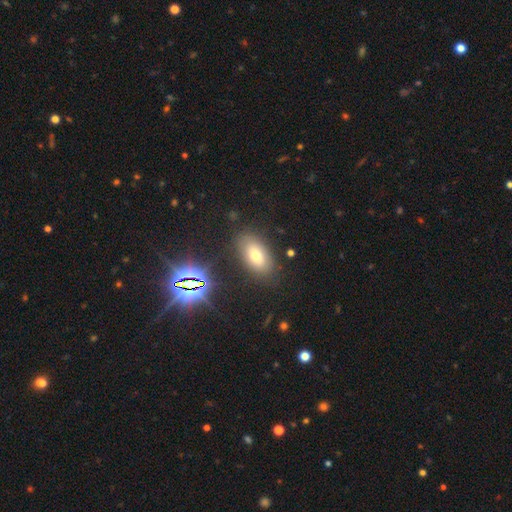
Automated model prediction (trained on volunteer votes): Morphology: type=smooth (63%); roundness=in between (90%); merging=none (83%).